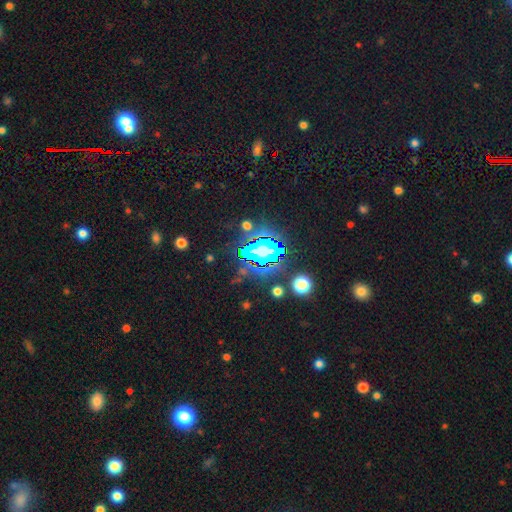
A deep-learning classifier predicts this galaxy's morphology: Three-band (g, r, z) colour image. It shows a star or artifact, not a galaxy (79%).